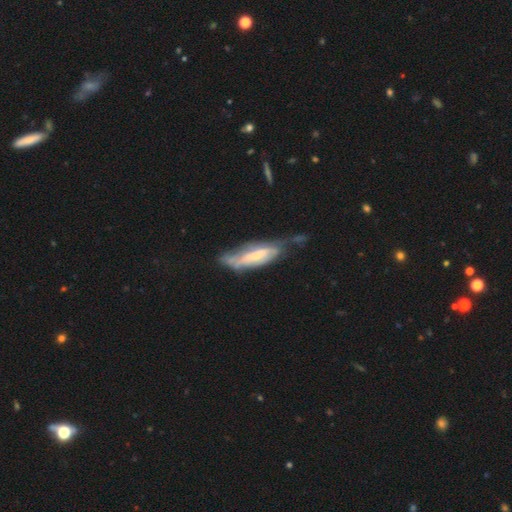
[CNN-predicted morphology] featured or disk 59%, smooth 34%, star or artifact 7%. Down the decision tree: edge-on disk — no (62%); merging — minor disturbance (34%).